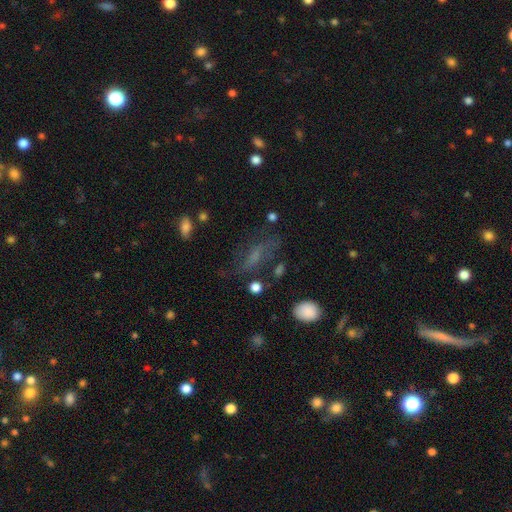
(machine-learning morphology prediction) smooth-or-featured: smooth: 41% | featured or disk: 37% | star or artifact: 22%
  merging: none: 56% | minor disturbance: 21% | major disturbance: 20% | merger: 4%